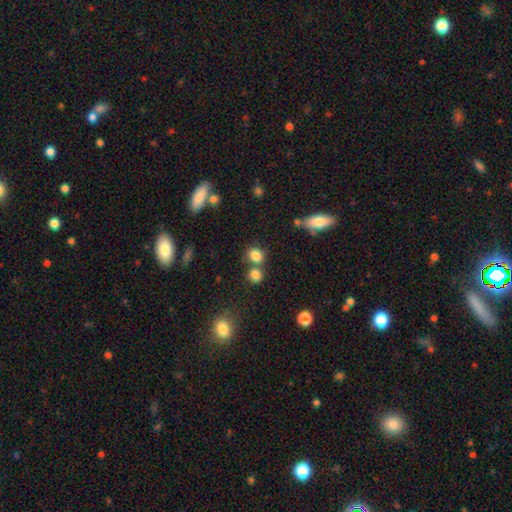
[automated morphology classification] A smooth galaxy with no disk features (81%) that is round (66%).

Vote fractions:
- Smooth or featured? smooth: 81% / star or artifact: 12% / featured or disk: 6%
- How rounded? round: 66% / in between: 33% / cigar-shaped: 1%
- Merging? none: 58% / merger: 27% / minor disturbance: 10% / major disturbance: 4%